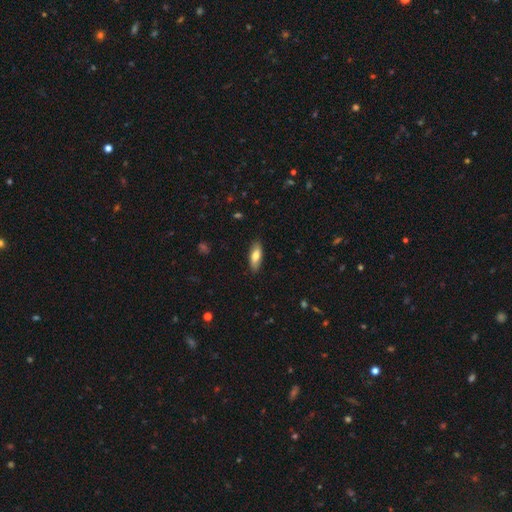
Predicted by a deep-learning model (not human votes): A smooth galaxy with no disk features (74%) that is in between round and cigar-shaped (70%).

Vote fractions:
- Smooth or featured? smooth: 74% / featured or disk: 20% / star or artifact: 6%
- How rounded? in between: 70% / cigar-shaped: 28% / round: 2%
- Merging? none: 87% / minor disturbance: 10% / major disturbance: 2% / merger: 1%